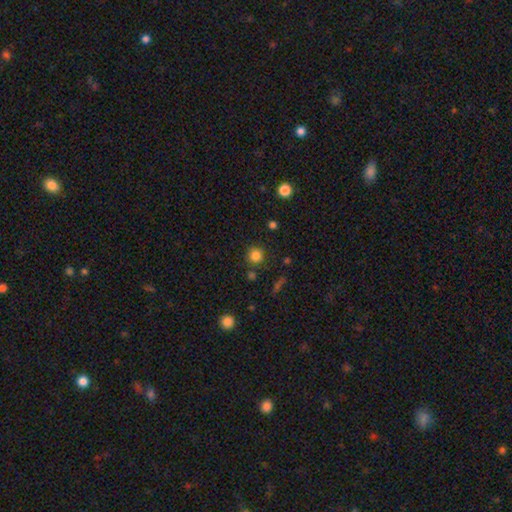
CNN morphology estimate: Overall: smooth (82%). How rounded: round (93%). Merging: none (84%).